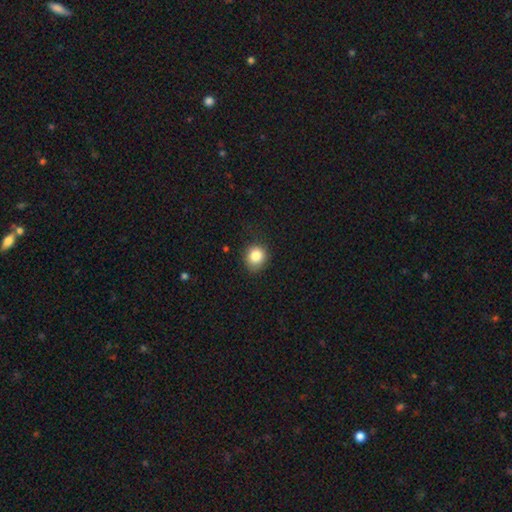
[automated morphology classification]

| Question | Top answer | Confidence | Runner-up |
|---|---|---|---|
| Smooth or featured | smooth | 83% | star or artifact (10%) |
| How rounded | round | 79% | in between (20%) |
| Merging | none | 80% | minor disturbance (15%) |